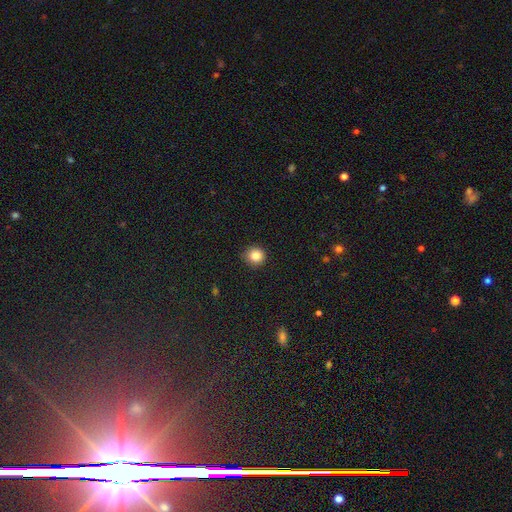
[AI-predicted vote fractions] smooth-or-featured: smooth: 85% | star or artifact: 10% | featured or disk: 4%
  how-rounded: round: 92% | in between: 7% | cigar-shaped: 1%
  merging: none: 88% | minor disturbance: 9% | major disturbance: 2% | merger: 1%